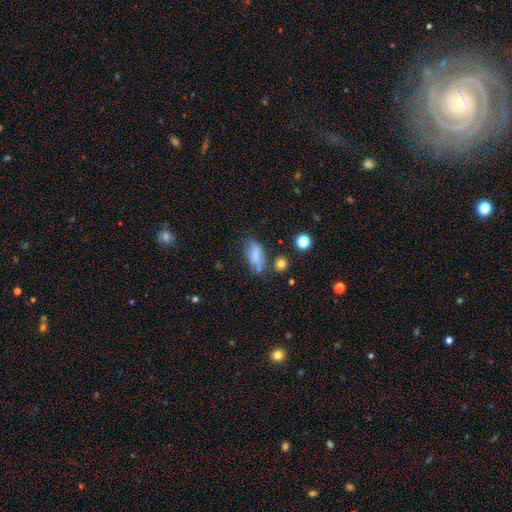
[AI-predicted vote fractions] smooth 76%, featured or disk 14%, star or artifact 10%. Down the decision tree: how rounded — in between (78%); merging — none (54%).